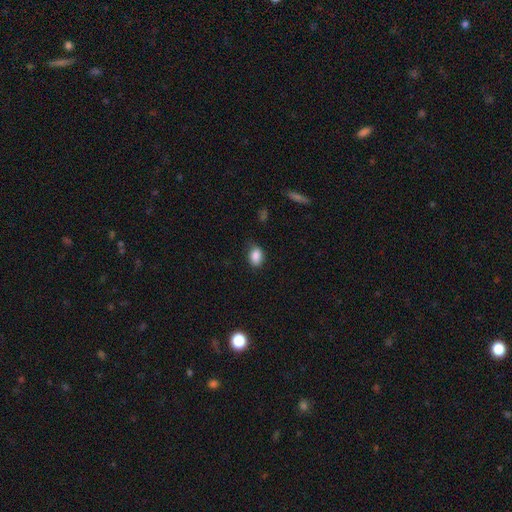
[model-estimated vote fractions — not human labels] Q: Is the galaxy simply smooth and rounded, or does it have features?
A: smooth — 87%.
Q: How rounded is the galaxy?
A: in between — 78%.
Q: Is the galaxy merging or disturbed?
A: none — 72%.